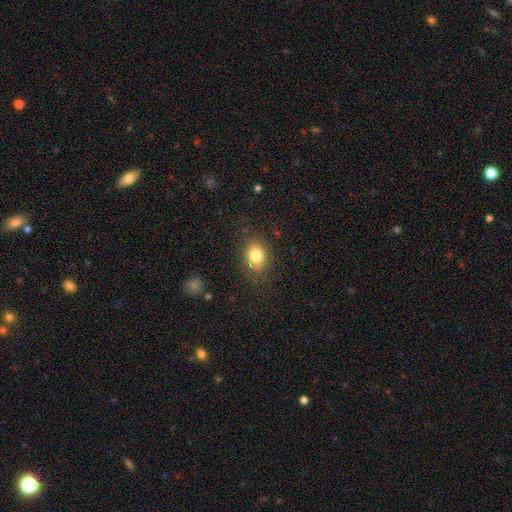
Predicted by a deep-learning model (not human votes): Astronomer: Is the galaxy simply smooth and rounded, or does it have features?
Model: smooth — 80%.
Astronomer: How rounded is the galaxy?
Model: in between — 65%.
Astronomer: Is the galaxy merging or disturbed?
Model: none — 79%.